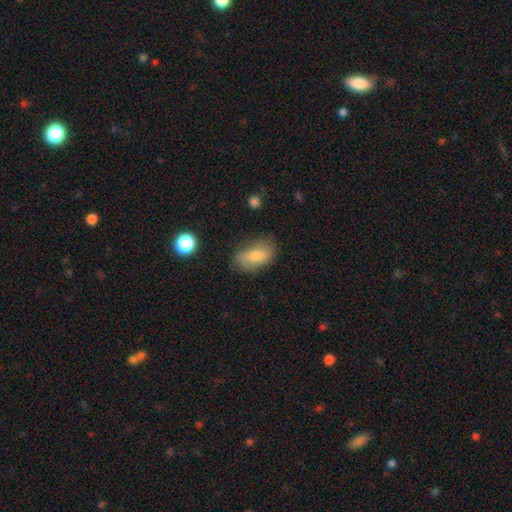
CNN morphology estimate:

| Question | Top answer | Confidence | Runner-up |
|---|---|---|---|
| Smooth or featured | smooth | 75% | featured or disk (16%) |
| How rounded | in between | 87% | cigar-shaped (6%) |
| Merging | none | 65% | minor disturbance (26%) |